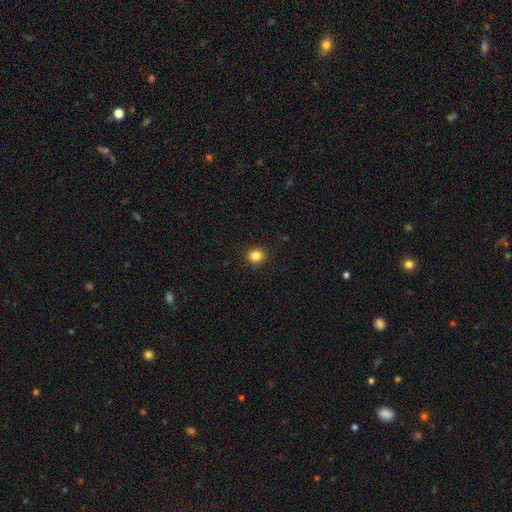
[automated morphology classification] Q: Smooth or featured?
A: smooth (84%); runner-up: star or artifact (11%)
Q: How rounded?
A: round (75%); runner-up: in between (24%)
Q: Merging?
A: none (90%); runner-up: minor disturbance (7%)